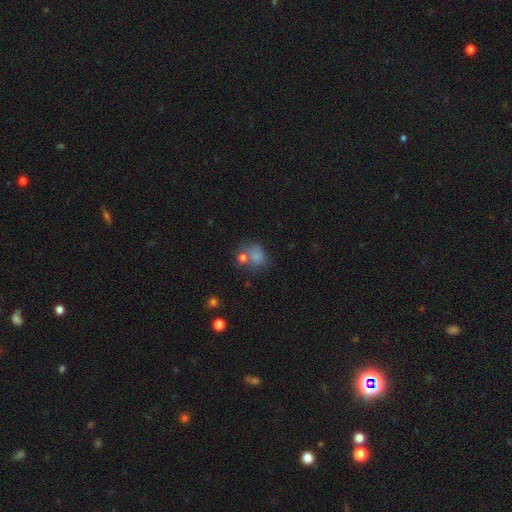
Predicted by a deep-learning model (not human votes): Smooth or featured?
  - smooth: 73% *
  - star or artifact: 14%
  - featured or disk: 13%
How rounded?
  - round: 59% *
  - in between: 40%
  - cigar-shaped: 1%
Merging?
  - none: 44% *
  - merger: 26%
  - minor disturbance: 19%
  - major disturbance: 11%